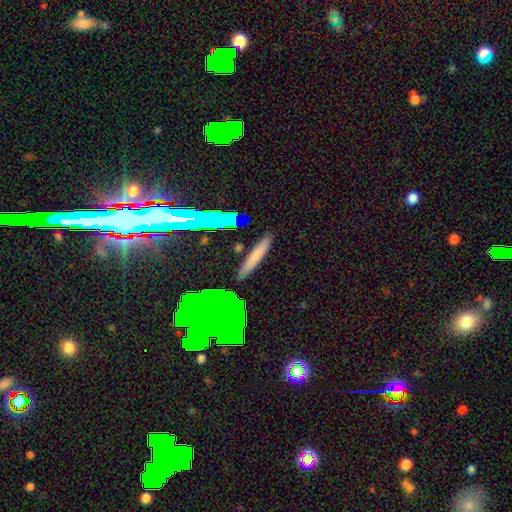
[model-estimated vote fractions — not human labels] smooth_or_featured: smooth (p=0.61) [alt: featured or disk p=0.28]
how_rounded: cigar-shaped (p=0.86) [alt: in between p=0.11]
merging: none (p=0.88) [alt: minor disturbance p=0.08]